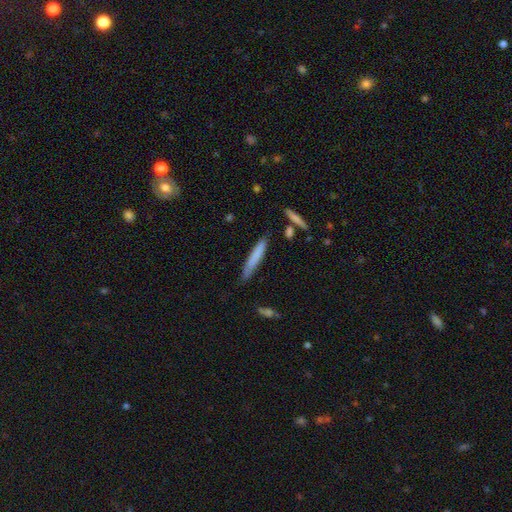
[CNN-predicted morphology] The model was most divided on "smooth or featured": smooth: 74%, featured or disk: 20%, star or artifact: 6%. More confident: how rounded — cigar-shaped (93%); merging — none (76%).